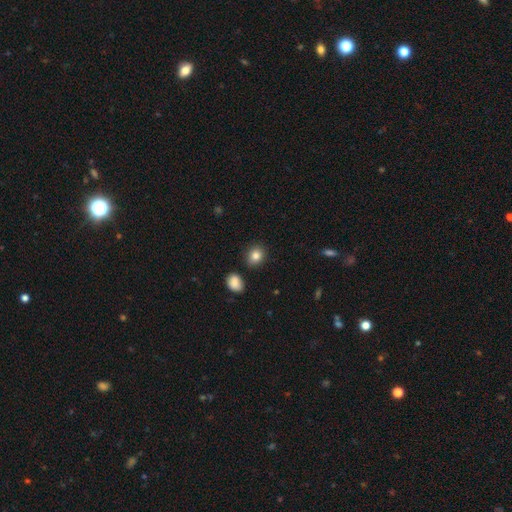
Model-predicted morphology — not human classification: The model was most divided on "how rounded": round: 67%, in between: 32%, cigar-shaped: 1%. More confident: merging — none (86%); smooth or featured — smooth (84%).